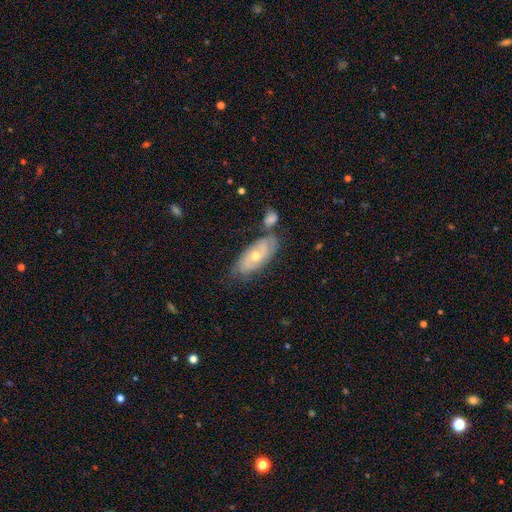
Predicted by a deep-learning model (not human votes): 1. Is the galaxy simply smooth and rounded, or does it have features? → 67% featured or disk, 27% smooth, 7% star or artifact.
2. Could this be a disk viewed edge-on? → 89% no, 11% yes.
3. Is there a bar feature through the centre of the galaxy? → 76% no, 20% weak, 4% strong.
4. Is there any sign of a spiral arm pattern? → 79% yes, 21% no.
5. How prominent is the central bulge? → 59% moderate, 38% small, 2% large, 1% none, 1% dominant.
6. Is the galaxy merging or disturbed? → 55% none, 20% minor disturbance, 18% merger, 7% major disturbance.